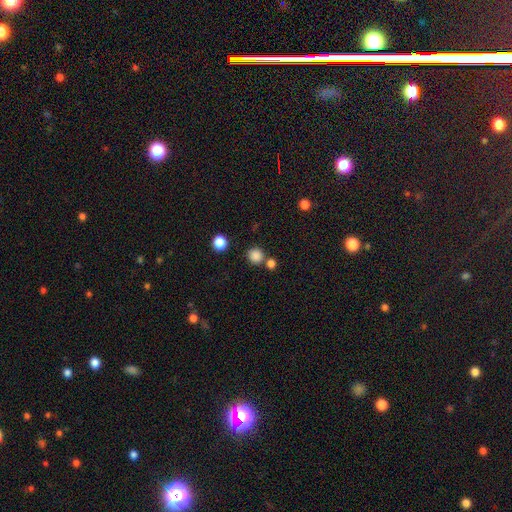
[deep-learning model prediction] This appears to be a smooth galaxy with no disk features (84%) that is round (91%). Merging: none (74%).